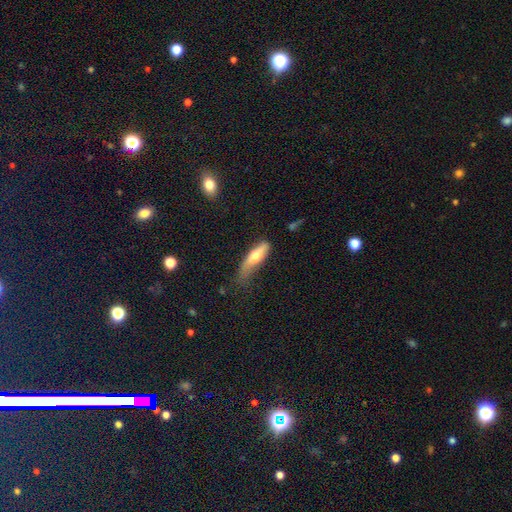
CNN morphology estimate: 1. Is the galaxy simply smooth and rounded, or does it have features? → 60% smooth, 34% featured or disk, 6% star or artifact.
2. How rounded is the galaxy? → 61% cigar-shaped, 36% in between, 3% round.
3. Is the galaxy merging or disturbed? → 40% none, 39% minor disturbance, 18% major disturbance, 3% merger.